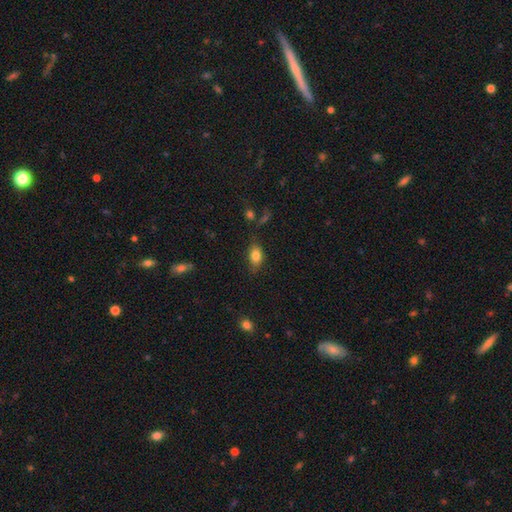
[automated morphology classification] smooth 81%, featured or disk 10%, star or artifact 9%. Down the decision tree: how rounded — in between (84%); merging — none (74%).